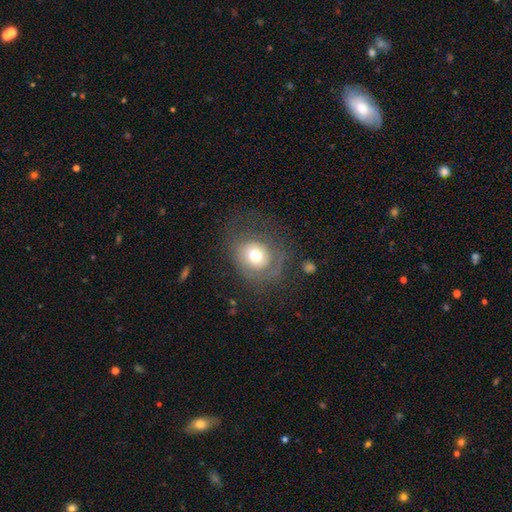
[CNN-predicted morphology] smooth_or_featured: smooth (p=0.59) [alt: featured or disk p=0.30]
how_rounded: round (p=0.70) [alt: in between p=0.29]
merging: none (p=0.53) [alt: major disturbance p=0.24]